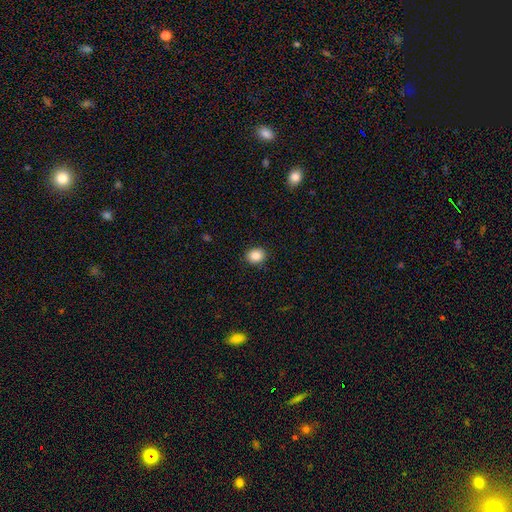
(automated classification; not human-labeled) smooth_or_featured: smooth (p=0.86) [alt: star or artifact p=0.09]
how_rounded: round (p=0.66) [alt: in between p=0.33]
merging: none (p=0.91) [alt: minor disturbance p=0.07]